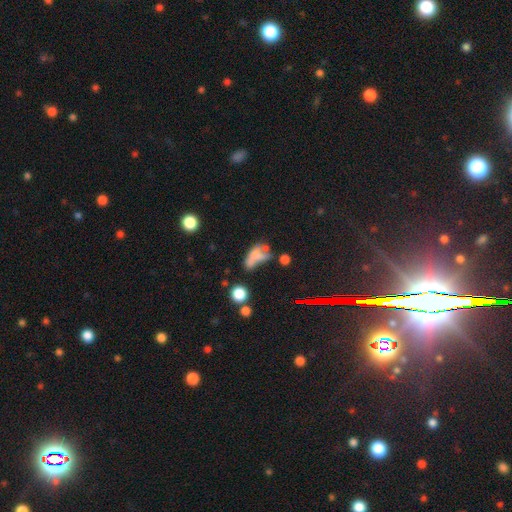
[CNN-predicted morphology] Q: Smooth or featured?
A: smooth (53%); runner-up: featured or disk (30%)
Q: How rounded?
A: in between (79%); runner-up: round (12%)
Q: Merging?
A: major disturbance (31%); runner-up: merger (25%)